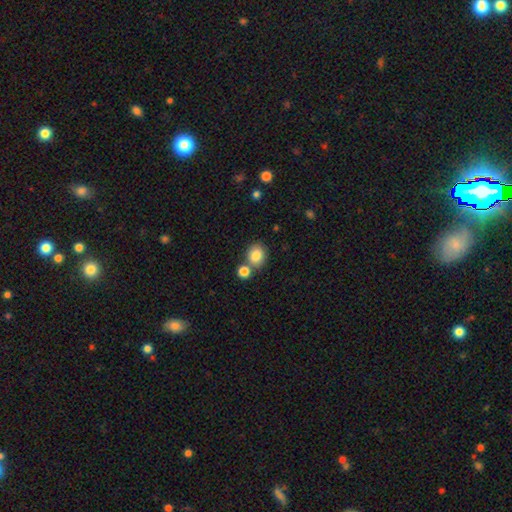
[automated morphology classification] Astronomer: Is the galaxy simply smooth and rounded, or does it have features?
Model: smooth — 83%.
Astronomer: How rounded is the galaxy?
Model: round — 73%.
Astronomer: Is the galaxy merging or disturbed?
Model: none — 64%.